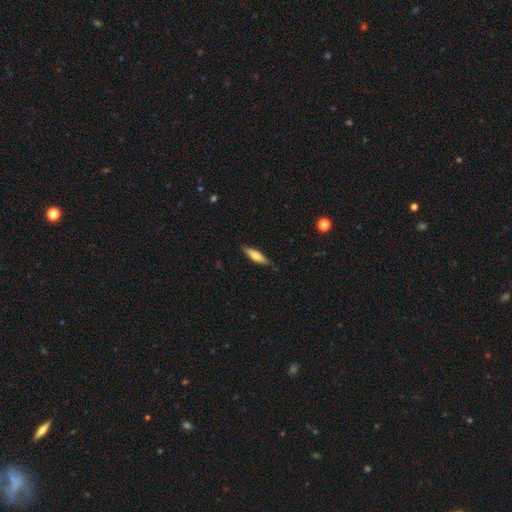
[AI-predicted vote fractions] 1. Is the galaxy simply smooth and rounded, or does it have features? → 58% smooth, 36% featured or disk, 6% star or artifact.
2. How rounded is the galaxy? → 76% cigar-shaped, 22% in between, 2% round.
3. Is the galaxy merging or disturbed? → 84% none, 13% minor disturbance, 2% major disturbance, 1% merger.